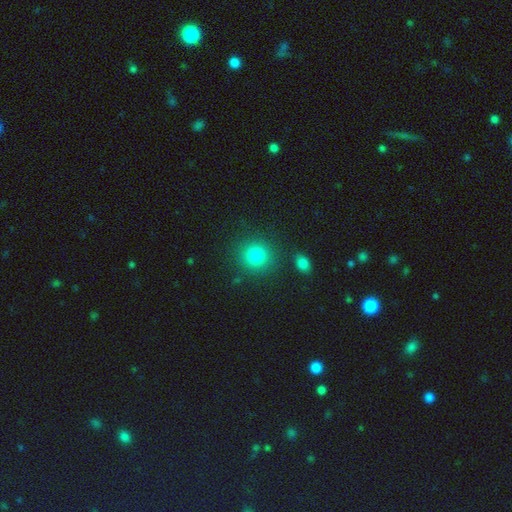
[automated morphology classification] Smooth or featured: smooth — 81% (star or artifact — 12%)
How rounded: round — 89% (in between — 10%)
Merging: none — 85% (minor disturbance — 8%)